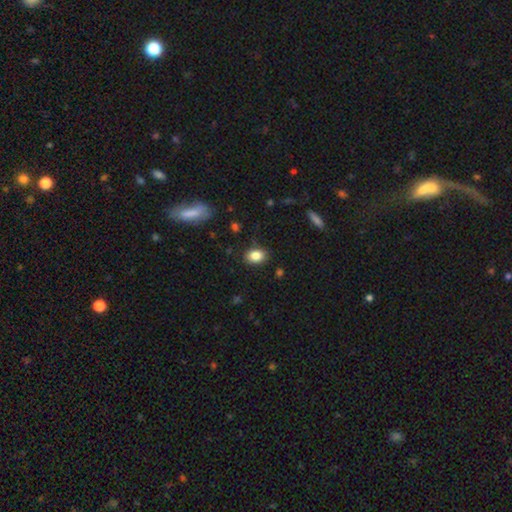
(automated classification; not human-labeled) Smooth or featured: smooth — 84% (star or artifact — 9%)
How rounded: in between — 75% (round — 24%)
Merging: none — 85% (minor disturbance — 11%)